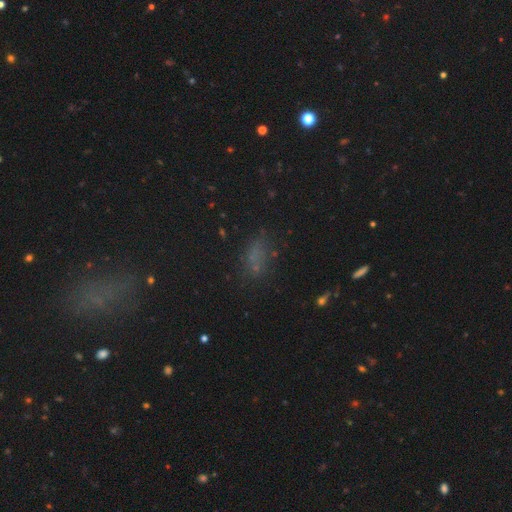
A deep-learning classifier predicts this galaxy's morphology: A smooth galaxy with no disk features (56%) that is in between round and cigar-shaped (78%).

Vote fractions:
- Smooth or featured? smooth: 56% / star or artifact: 28% / featured or disk: 16%
- How rounded? in between: 78% / round: 11% / cigar-shaped: 10%
- Merging? none: 56% / minor disturbance: 21% / major disturbance: 17% / merger: 6%